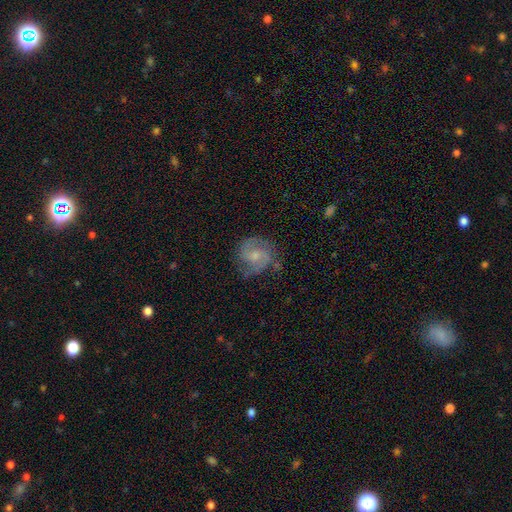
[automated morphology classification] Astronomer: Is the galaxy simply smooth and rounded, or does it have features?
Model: featured or disk — 72%.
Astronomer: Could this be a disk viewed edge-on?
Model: no — 98%.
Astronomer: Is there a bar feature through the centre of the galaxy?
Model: no — 51% (runner-up: weak, 41%).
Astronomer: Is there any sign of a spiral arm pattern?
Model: yes — 92%.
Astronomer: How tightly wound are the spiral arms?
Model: medium — 51% (runner-up: tight, 29%).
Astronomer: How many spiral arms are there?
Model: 2 — 78%.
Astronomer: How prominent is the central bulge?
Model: small — 54% (runner-up: moderate, 37%).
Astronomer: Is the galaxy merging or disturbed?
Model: none — 70%.